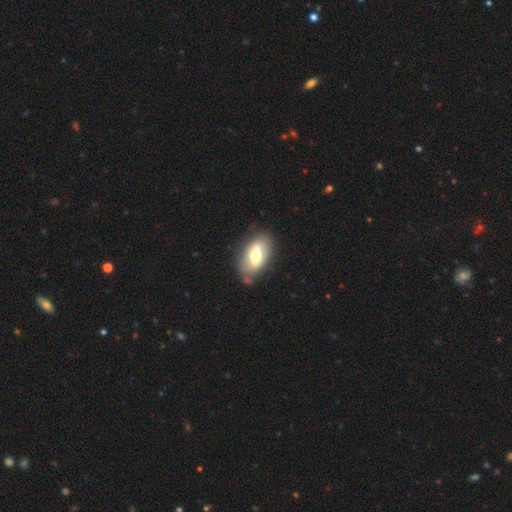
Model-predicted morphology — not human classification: Smooth or featured? smooth (51%)
How rounded? in between (90%)
Merging? none (72%)